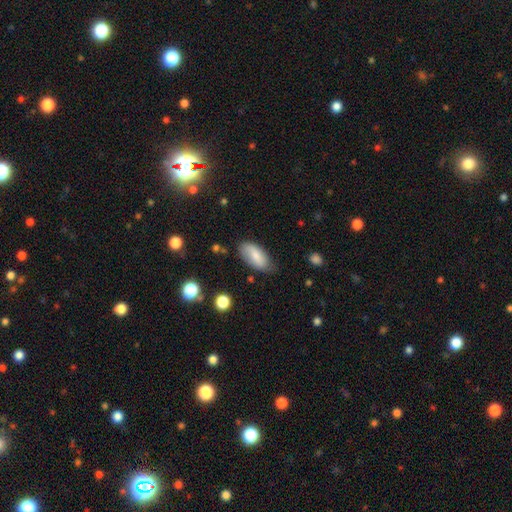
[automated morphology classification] Smooth or featured? smooth (74%)
How rounded? in between (91%)
Merging? none (68%)